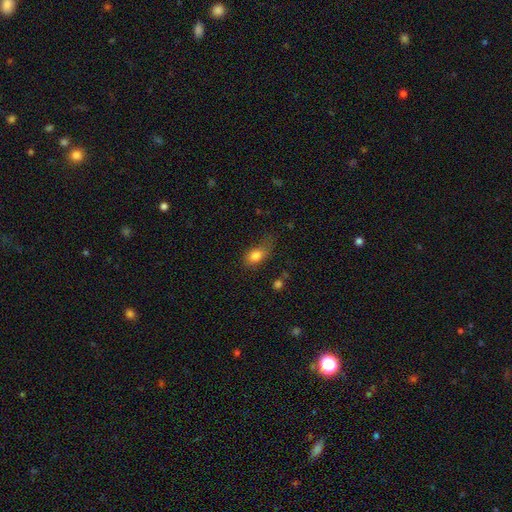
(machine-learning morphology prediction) A smooth galaxy with no disk features (82%) that is in between round and cigar-shaped (81%). Merging: none (44%).